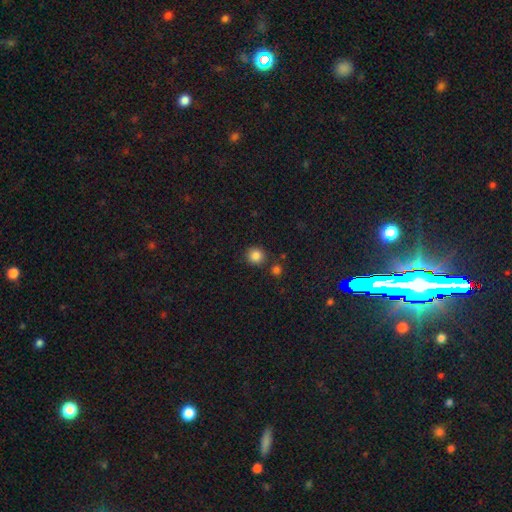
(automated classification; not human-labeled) Overall: smooth (85%). How rounded: round (91%). Merging: none (83%).